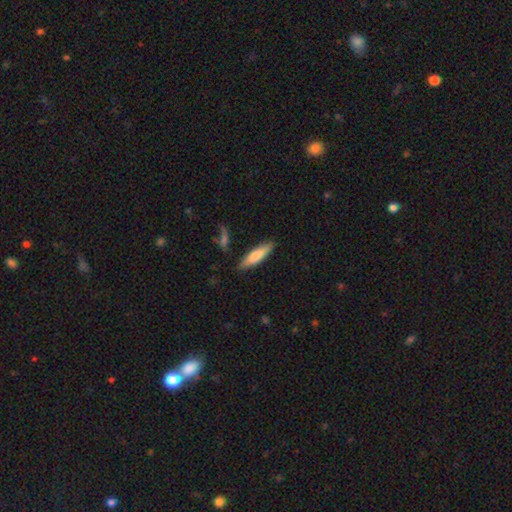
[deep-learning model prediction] This appears to be a smooth galaxy with no disk features (75%) that is cigar-shaped (72%). Merging: none (84%).